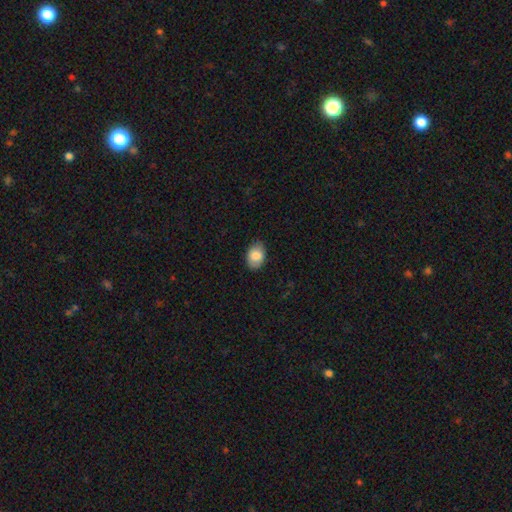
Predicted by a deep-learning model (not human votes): A smooth galaxy with no disk features (83%) that is in between round and cigar-shaped (84%). Merging: none (83%).